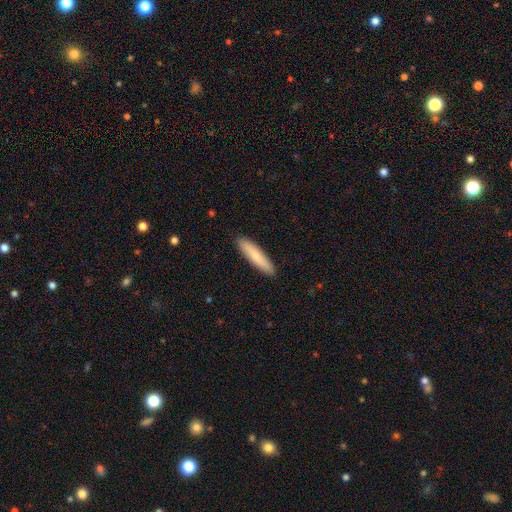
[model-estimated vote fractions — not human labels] Smooth or featured? smooth (75%)
How rounded? cigar-shaped (86%)
Merging? none (91%)